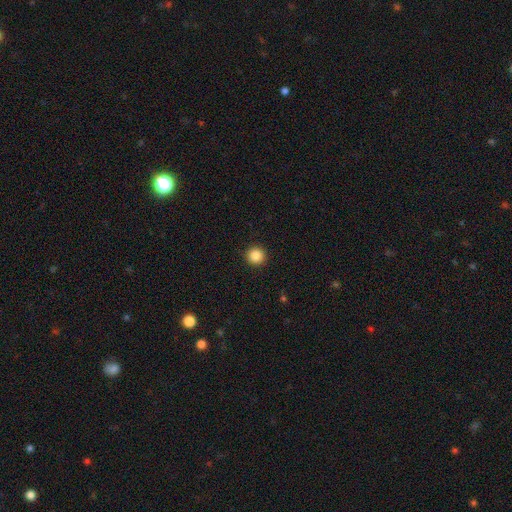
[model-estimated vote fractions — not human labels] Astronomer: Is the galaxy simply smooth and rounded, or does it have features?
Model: smooth — 87%.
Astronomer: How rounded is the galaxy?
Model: round — 95%.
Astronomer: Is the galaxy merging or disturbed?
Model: none — 93%.